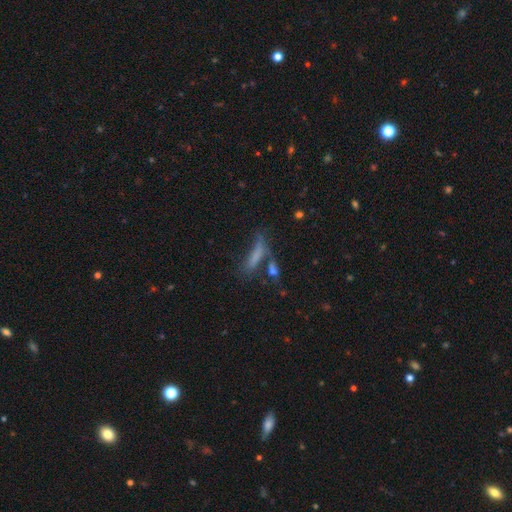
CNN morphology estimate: A smooth galaxy with no disk features (65%) that is cigar-shaped (69%).

Vote fractions:
- Smooth or featured? smooth: 65% / featured or disk: 21% / star or artifact: 14%
- How rounded? cigar-shaped: 69% / in between: 27% / round: 3%
- Merging? none: 41% / merger: 23% / minor disturbance: 19% / major disturbance: 17%